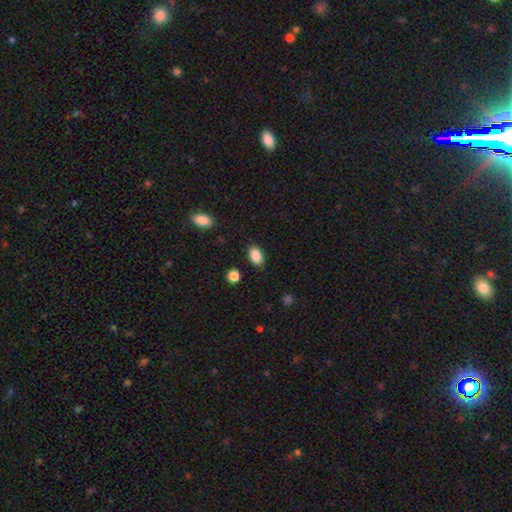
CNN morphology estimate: smooth_or_featured: smooth (p=0.87) [alt: star or artifact p=0.08]
how_rounded: in between (p=0.82) [alt: round p=0.17]
merging: none (p=0.82) [alt: minor disturbance p=0.13]